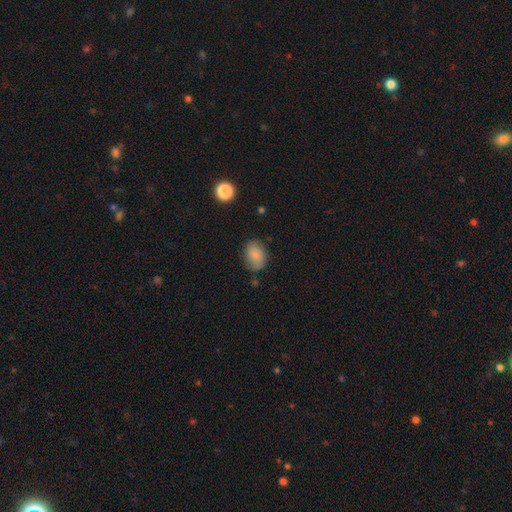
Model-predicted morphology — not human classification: This is clearly a smooth galaxy (84%). How rounded: likely in between (75%). Merging: likely none (71%).